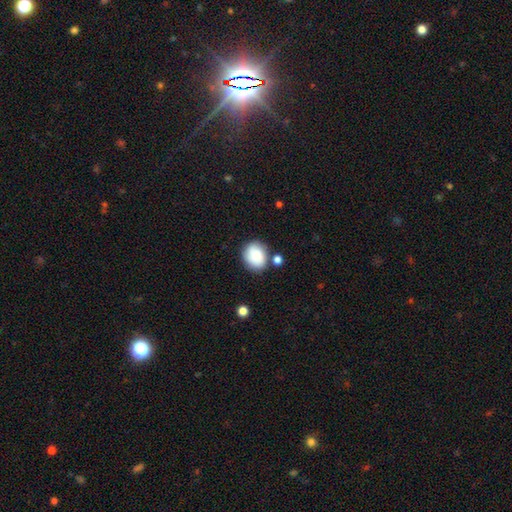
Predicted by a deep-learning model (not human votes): Q: Smooth or featured?
A: smooth (82%); runner-up: featured or disk (10%)
Q: How rounded?
A: round (64%); runner-up: in between (35%)
Q: Merging?
A: none (70%); runner-up: minor disturbance (15%)